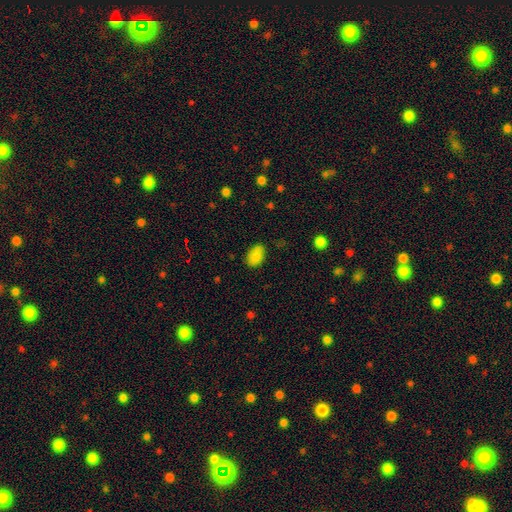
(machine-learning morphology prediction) This appears to be a smooth galaxy with no disk features (85%) that is in between round and cigar-shaped (89%). Merging: none (74%).